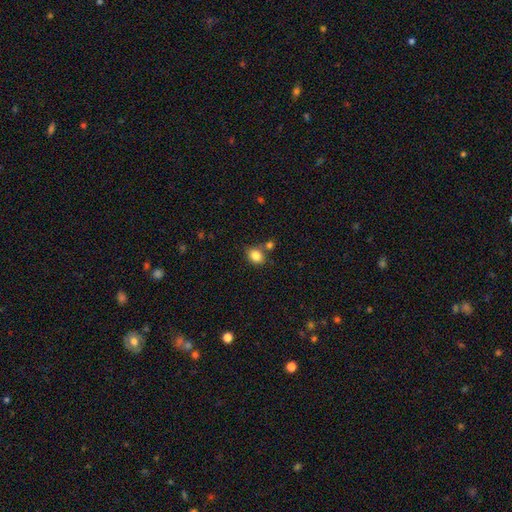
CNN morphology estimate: A smooth galaxy with no disk features (83%) that is in between round and cigar-shaped (61%).

Vote fractions:
- Smooth or featured? smooth: 83% / star or artifact: 10% / featured or disk: 7%
- How rounded? in between: 61% / round: 38% / cigar-shaped: 1%
- Merging? none: 68% / merger: 15% / minor disturbance: 14% / major disturbance: 4%